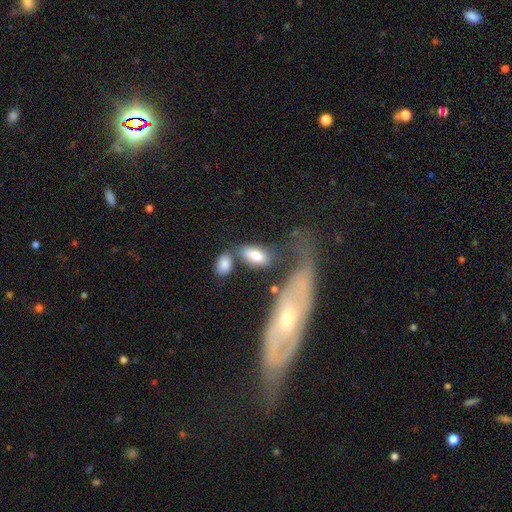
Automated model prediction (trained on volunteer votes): Smooth or featured: smooth — 76% (featured or disk — 17%)
How rounded: in between — 89% (cigar-shaped — 7%)
Merging: none — 43% (merger — 25%)